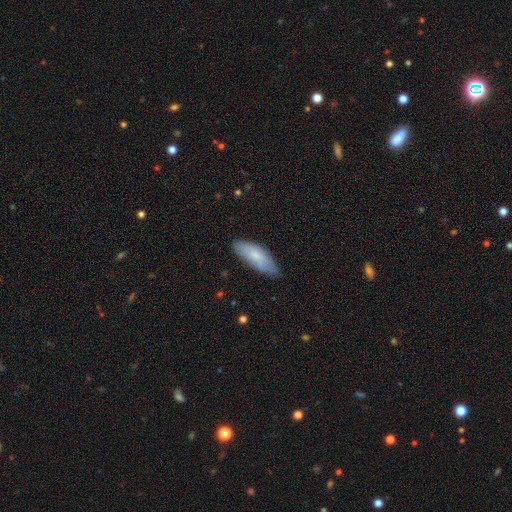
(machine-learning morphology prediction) A smooth galaxy with no disk features (74%) that is in between round and cigar-shaped (69%). Merging: none (68%).